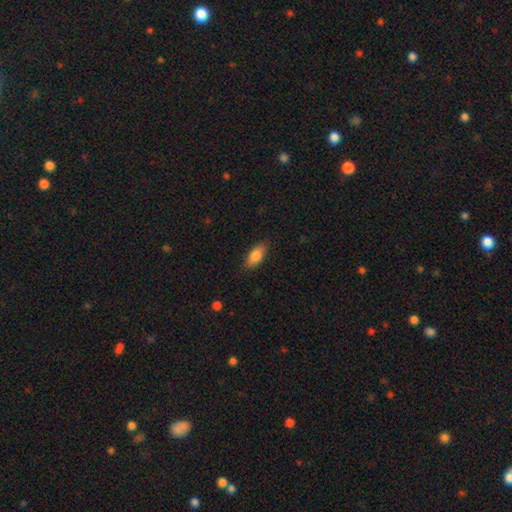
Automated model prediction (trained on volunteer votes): A smooth galaxy with no disk features (82%) that is in between round and cigar-shaped (85%). Merging: none (83%).